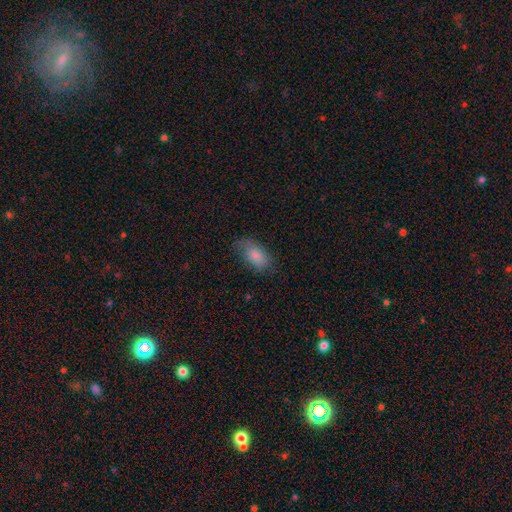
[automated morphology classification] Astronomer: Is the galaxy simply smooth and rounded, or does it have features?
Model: smooth — 78%.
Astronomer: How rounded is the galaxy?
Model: in between — 91%.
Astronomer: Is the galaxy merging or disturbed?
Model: none — 62%.